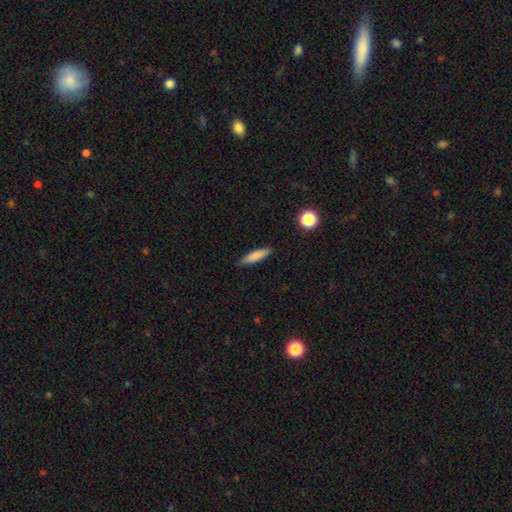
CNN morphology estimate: The model was most divided on "how rounded": cigar-shaped: 78%, in between: 21%, round: 2%. More confident: merging — none (87%); smooth or featured — smooth (83%).